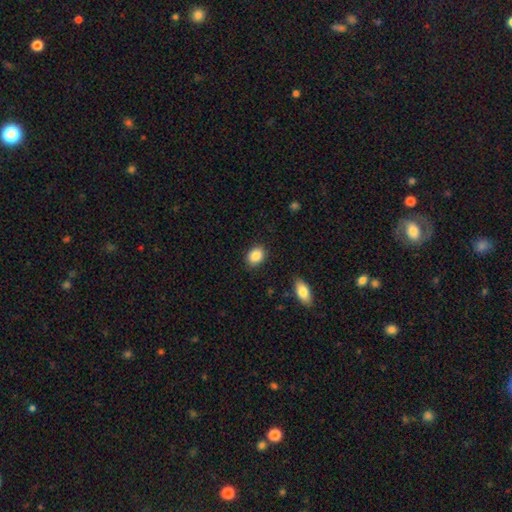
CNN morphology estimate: type=smooth (87%); roundness=in between (62%); merging=none (87%).